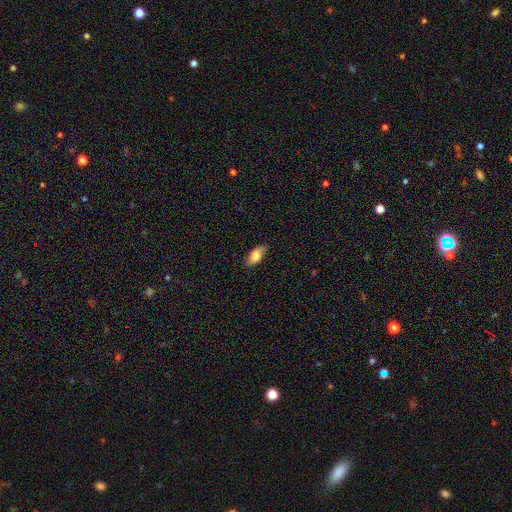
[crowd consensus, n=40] This appears to be a smooth galaxy with no disk features (75%) that is in between round and cigar-shaped (83%). Merging: none (76%).